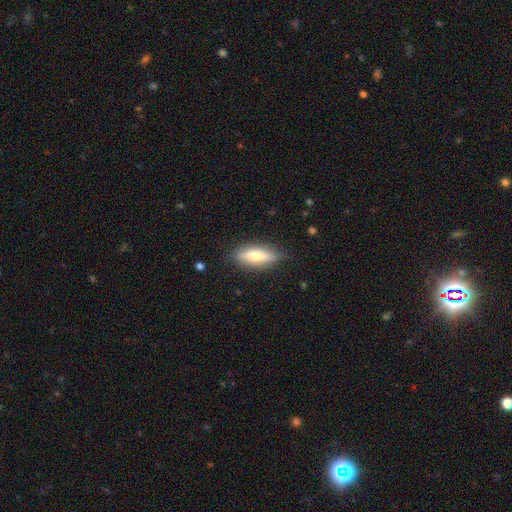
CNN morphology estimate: Smooth or featured? smooth (59%)
How rounded? in between (53%)
Merging? none (84%)